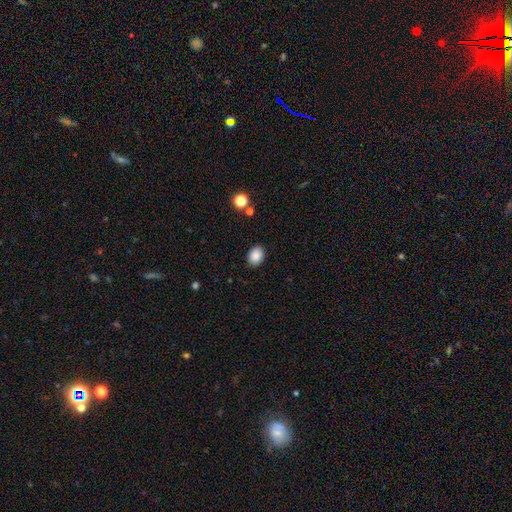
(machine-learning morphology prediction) This appears to be a smooth galaxy with no disk features (87%) that is in between round and cigar-shaped (67%). Merging: none (88%).